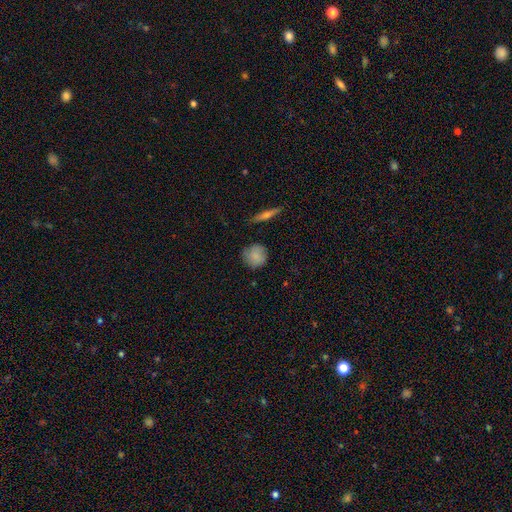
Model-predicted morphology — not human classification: smooth_or_featured: smooth (p=0.82) [alt: featured or disk p=0.11]
how_rounded: round (p=0.90) [alt: in between p=0.08]
merging: none (p=0.79) [alt: minor disturbance p=0.16]